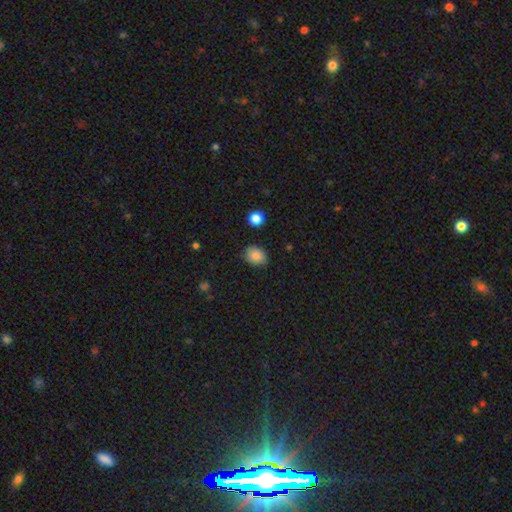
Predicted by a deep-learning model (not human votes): Morphology: type=smooth (84%); roundness=round (50%); merging=none (80%).